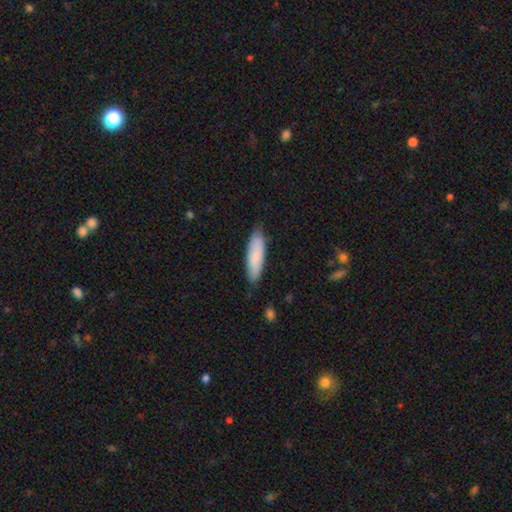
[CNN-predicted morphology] Overall: smooth (84%). How rounded: cigar-shaped (61%; in between 38%). Merging: none (83%).